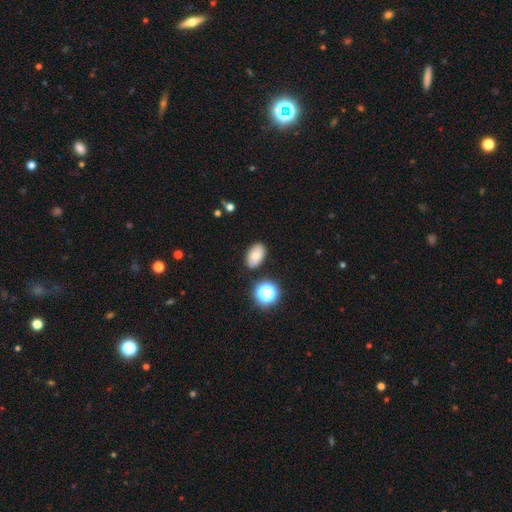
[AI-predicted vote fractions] This appears to be a smooth galaxy with no disk features (78%) that is in between round and cigar-shaped (89%). Merging: none (83%).